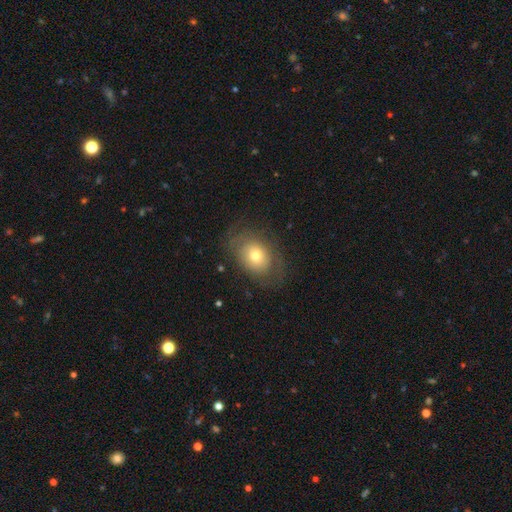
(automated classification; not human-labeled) This is likely a smooth galaxy (67%). How rounded: likely in between (61%). Merging: likely none (69%).